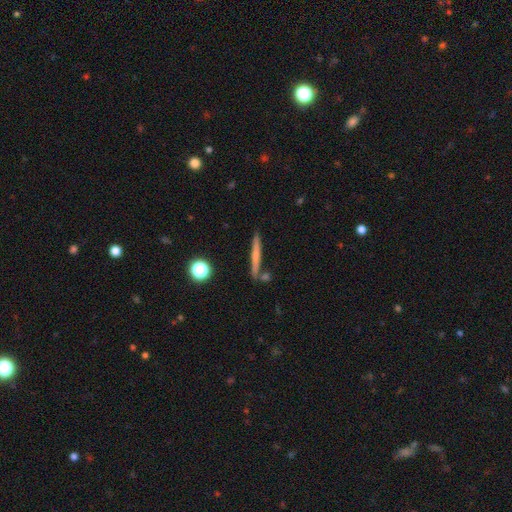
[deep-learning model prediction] smooth-or-featured: smooth: 54% | featured or disk: 37% | star or artifact: 9%
  how-rounded: cigar-shaped: 93% | in between: 4% | round: 3%
  merging: none: 81% | minor disturbance: 9% | merger: 7% | major disturbance: 2%